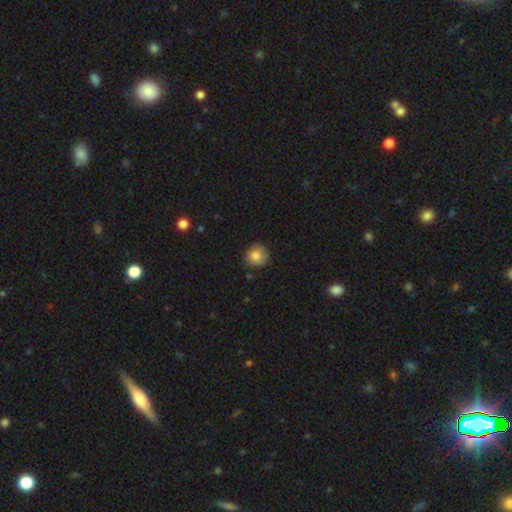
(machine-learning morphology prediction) Q: Smooth or featured?
A: smooth (81%); runner-up: featured or disk (10%)
Q: How rounded?
A: round (89%); runner-up: in between (10%)
Q: Merging?
A: none (78%); runner-up: minor disturbance (17%)